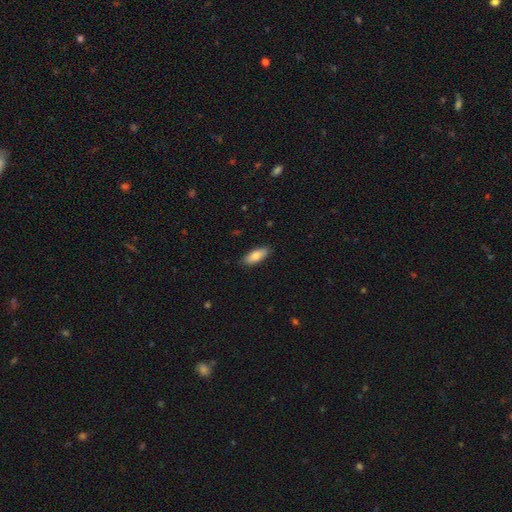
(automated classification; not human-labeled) Overall: smooth (81%). How rounded: in between (75%). Merging: none (87%).